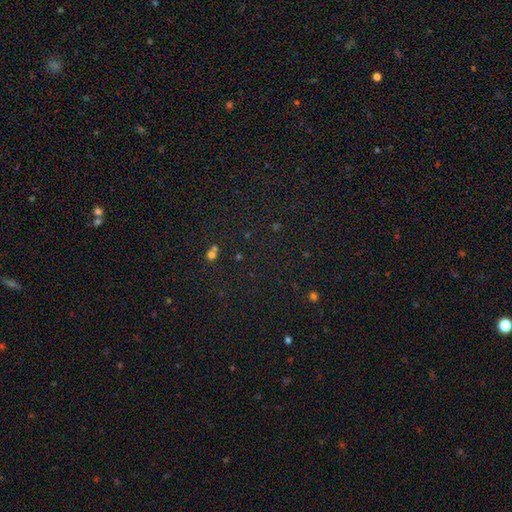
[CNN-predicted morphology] The model was most divided on "smooth or featured": star or artifact: 73%, smooth: 18%, featured or disk: 9%.